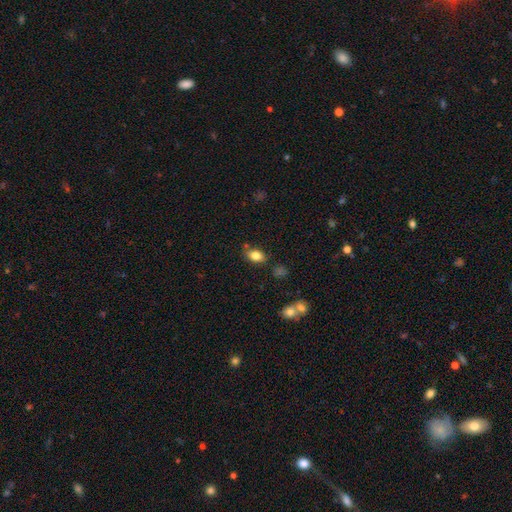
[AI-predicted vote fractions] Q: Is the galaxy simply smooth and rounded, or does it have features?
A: smooth — 81%.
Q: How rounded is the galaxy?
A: in between — 85%.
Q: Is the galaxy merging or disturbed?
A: none — 78%.